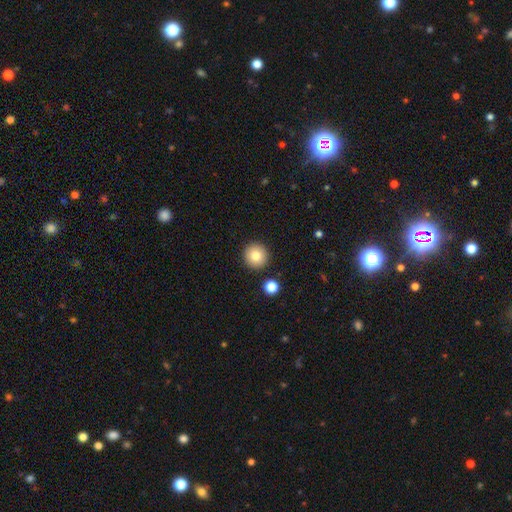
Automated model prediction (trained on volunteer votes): Smooth or featured? Predicted: smooth (p=0.81). How rounded? Predicted: round (p=0.96). Merging? Predicted: none (p=0.91).